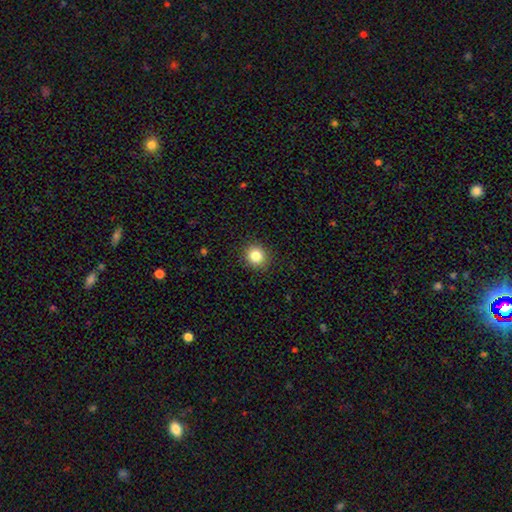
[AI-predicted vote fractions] Smooth or featured? smooth (83%)
How rounded? round (88%)
Merging? none (91%)